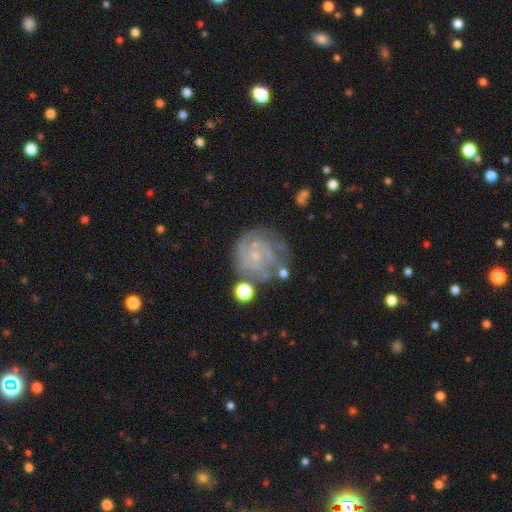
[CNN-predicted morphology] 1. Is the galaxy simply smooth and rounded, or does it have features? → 78% featured or disk, 14% smooth, 8% star or artifact.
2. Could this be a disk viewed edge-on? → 98% no, 2% yes.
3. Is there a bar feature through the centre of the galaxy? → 78% no, 19% weak, 4% strong.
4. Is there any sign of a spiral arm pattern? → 88% yes, 12% no.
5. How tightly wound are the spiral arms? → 67% tight, 26% medium, 8% loose.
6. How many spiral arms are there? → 39% can't tell, 20% 3, 20% 2, 9% 4, 6% 1, 5% more than 4.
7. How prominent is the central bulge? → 77% small, 13% moderate, 8% none, 1% large, 1% dominant.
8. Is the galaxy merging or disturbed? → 58% none, 22% minor disturbance, 14% major disturbance, 7% merger.